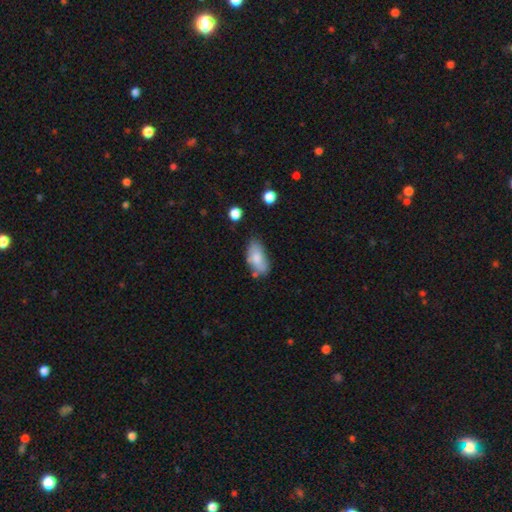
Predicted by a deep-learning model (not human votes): This is likely a smooth galaxy (74%). How rounded: clearly in between (90%). Merging: possibly none (56%).